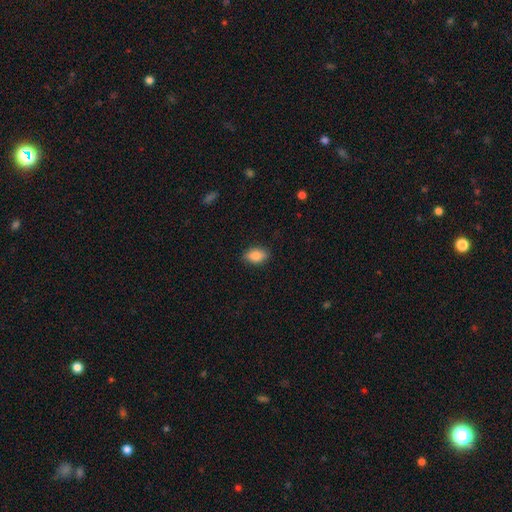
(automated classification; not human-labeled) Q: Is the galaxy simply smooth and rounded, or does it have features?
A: smooth — 86%.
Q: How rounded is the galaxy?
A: in between — 88%.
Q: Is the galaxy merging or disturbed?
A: none — 86%.